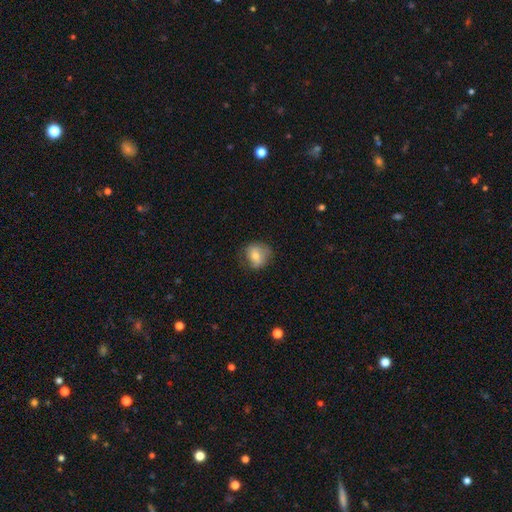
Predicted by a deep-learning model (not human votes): Smooth or featured: smooth — 66% (featured or disk — 25%)
How rounded: round — 71% (in between — 28%)
Merging: none — 64% (minor disturbance — 25%)